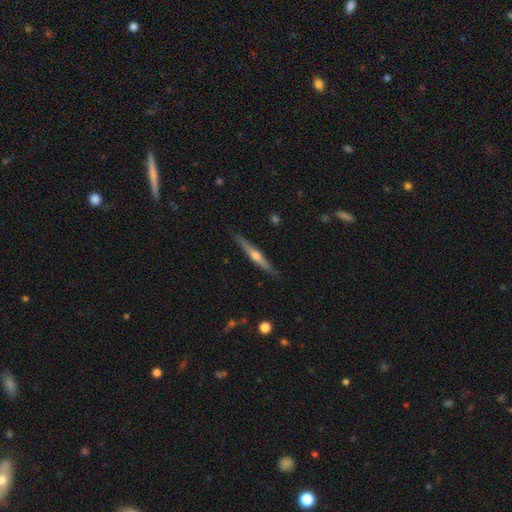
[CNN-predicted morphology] Q: Smooth or featured?
A: featured or disk (65%); runner-up: smooth (29%)
Q: Edge-on disk?
A: yes (97%); runner-up: no (3%)
Q: Edge-on bulge?
A: rounded (83%); runner-up: none (13%)
Q: Merging?
A: none (87%); runner-up: minor disturbance (10%)